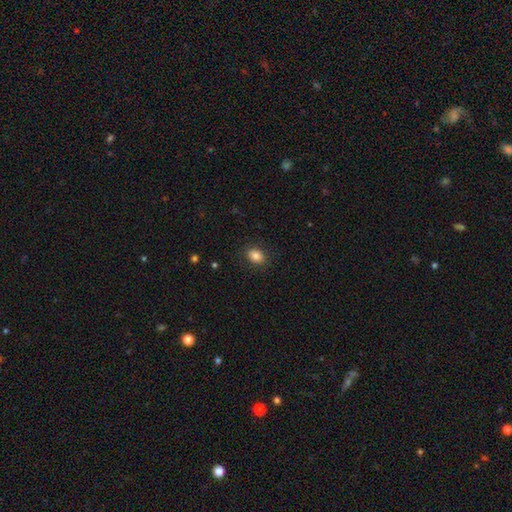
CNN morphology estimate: Overall: smooth (85%). How rounded: in between (70%). Merging: none (86%).